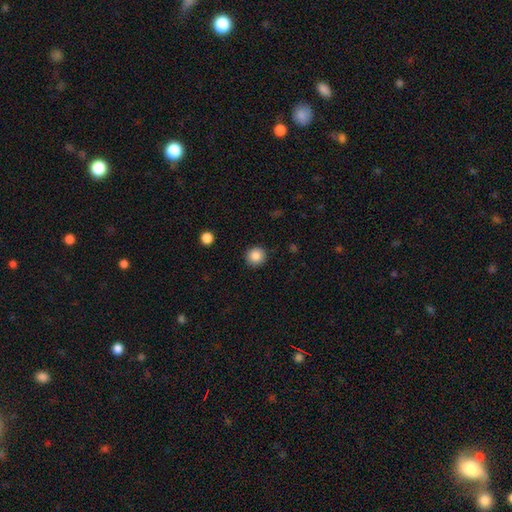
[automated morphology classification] type=smooth (86%); roundness=round (94%); merging=none (91%).